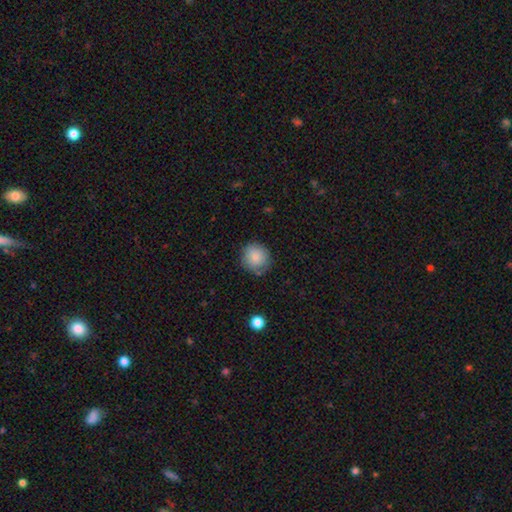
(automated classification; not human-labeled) A smooth galaxy with no disk features (86%) that is round (91%). Merging: none (79%).